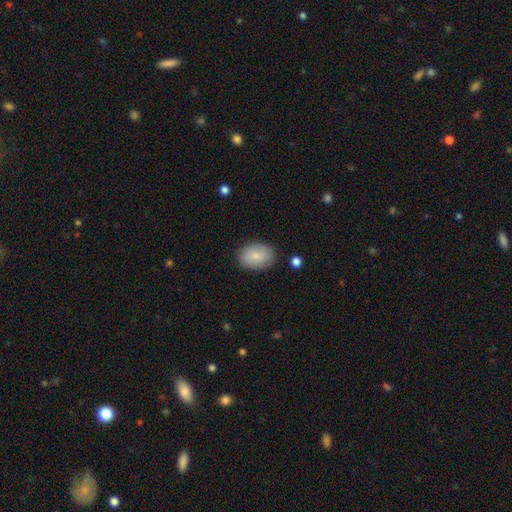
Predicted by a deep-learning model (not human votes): smooth_or_featured: smooth (p=0.80) [alt: featured or disk p=0.13]
how_rounded: in between (p=0.78) [alt: round p=0.20]
merging: none (p=0.84) [alt: minor disturbance p=0.12]